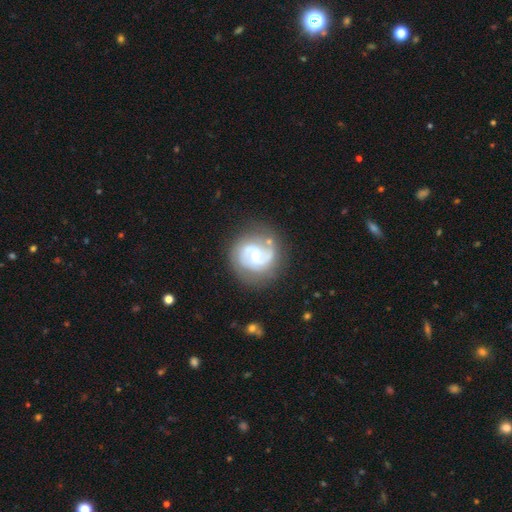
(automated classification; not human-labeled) A featured or disk galaxy (84%) with no bar (57%), 2 (78%) medium (48%) spiral arms (95%) and a small central bulge (51%). Merging: none (73%).